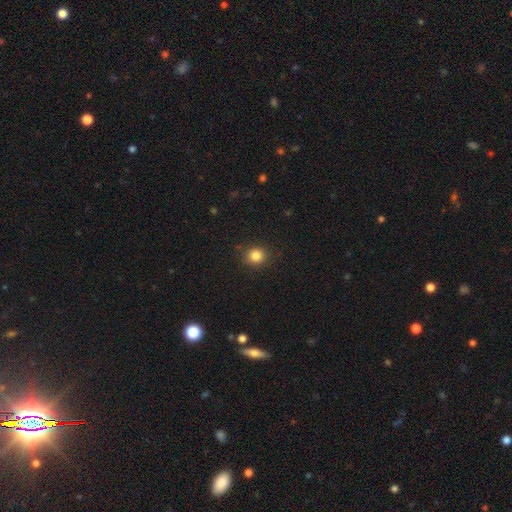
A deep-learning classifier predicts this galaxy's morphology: Smooth or featured?
  - smooth: 84% *
  - star or artifact: 11%
  - featured or disk: 4%
How rounded?
  - round: 85% *
  - in between: 14%
  - cigar-shaped: 1%
Merging?
  - none: 88% *
  - minor disturbance: 8%
  - major disturbance: 3%
  - merger: 1%